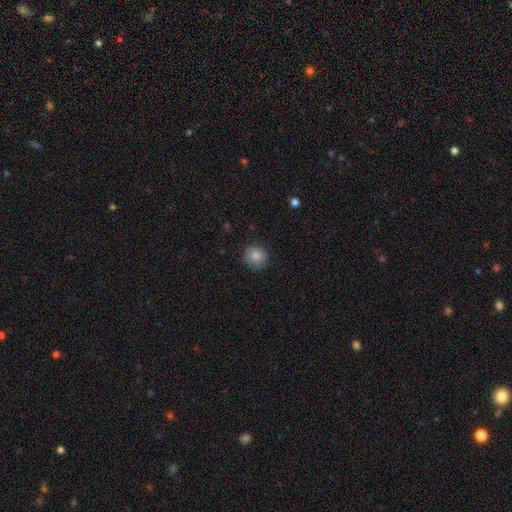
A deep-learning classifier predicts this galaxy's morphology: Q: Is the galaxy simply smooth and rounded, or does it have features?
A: smooth — 82%.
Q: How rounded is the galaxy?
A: round — 92%.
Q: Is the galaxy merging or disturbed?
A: none — 87%.